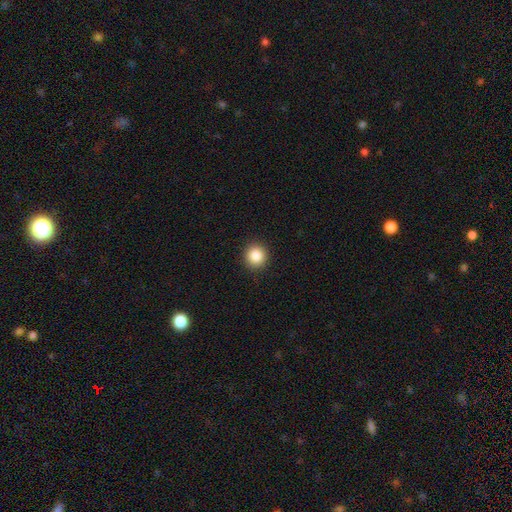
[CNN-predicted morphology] Overall: smooth (86%). How rounded: round (92%). Merging: none (92%).